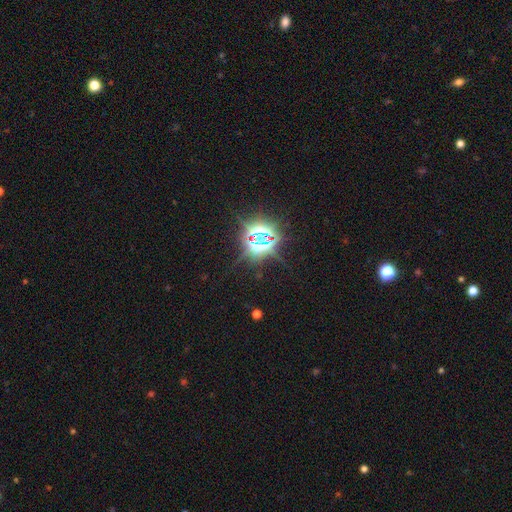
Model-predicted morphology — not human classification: Smooth or featured? Predicted: star or artifact (p=0.82).